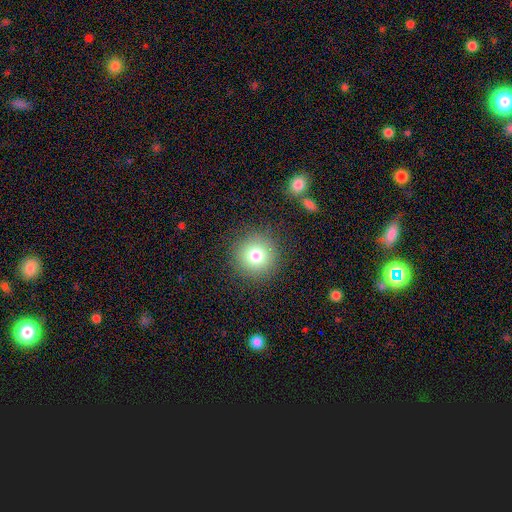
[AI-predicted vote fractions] smooth_or_featured: smooth (p=0.77) [alt: star or artifact p=0.13]
how_rounded: round (p=0.95) [alt: in between p=0.04]
merging: none (p=0.89) [alt: minor disturbance p=0.07]